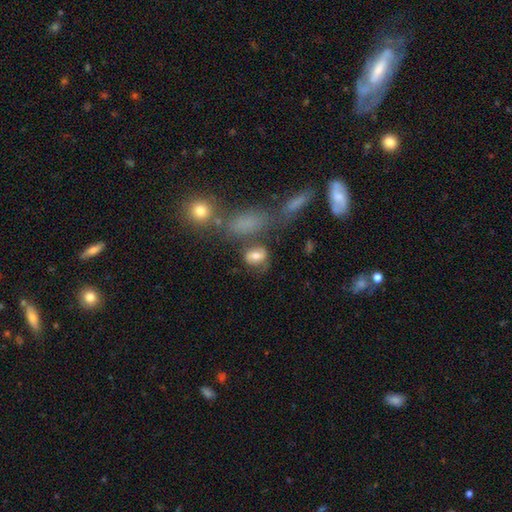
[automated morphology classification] A smooth galaxy with no disk features (65%) that is in between round and cigar-shaped (55%).

Vote fractions:
- Smooth or featured? smooth: 65% / featured or disk: 24% / star or artifact: 11%
- How rounded? in between: 55% / round: 41% / cigar-shaped: 3%
- Merging? none: 50% / minor disturbance: 19% / merger: 18% / major disturbance: 13%